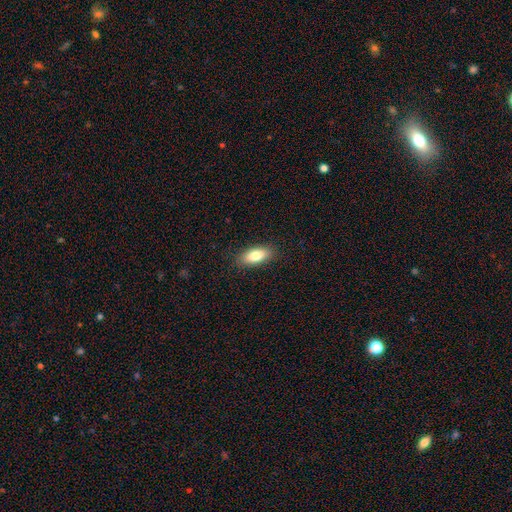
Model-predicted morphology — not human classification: This is clearly a smooth galaxy (81%). How rounded: clearly in between (83%). Merging: clearly none (87%).